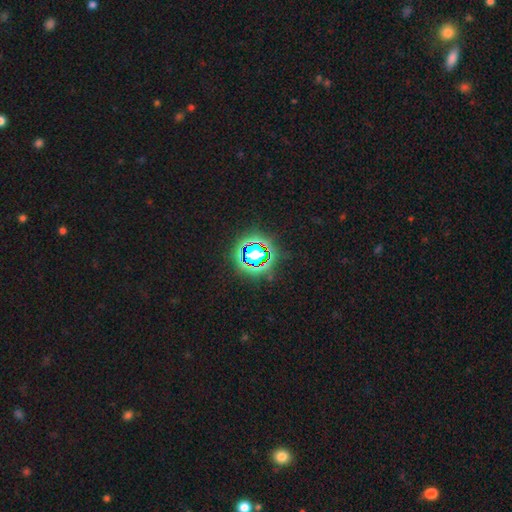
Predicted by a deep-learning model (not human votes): A star or artifact, not a galaxy (67%).